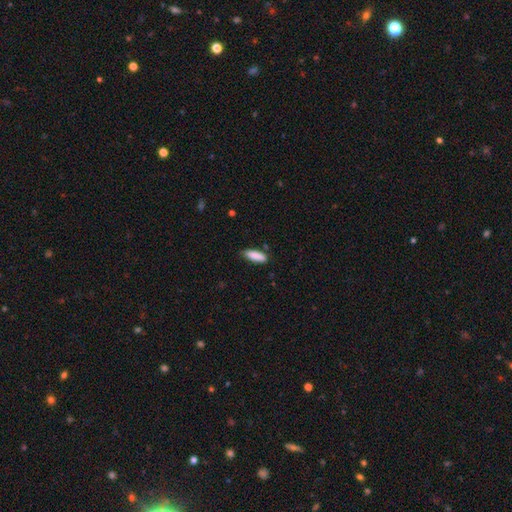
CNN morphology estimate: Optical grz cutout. It shows a smooth galaxy with no disk features (88%) that is in between round and cigar-shaped (57%). Merging: none (77%).